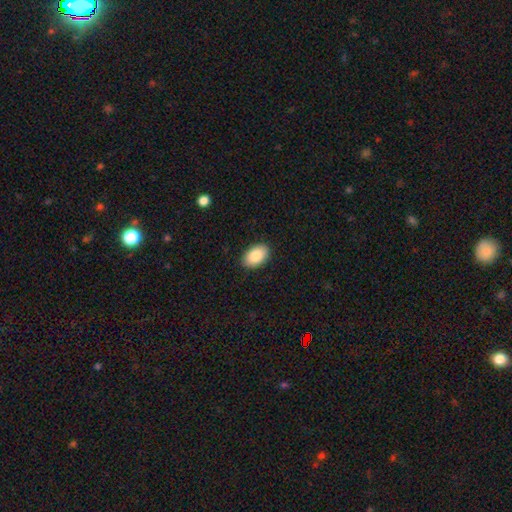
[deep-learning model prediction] This appears to be a smooth galaxy with no disk features (87%) that is in between round and cigar-shaped (91%). Merging: none (90%).